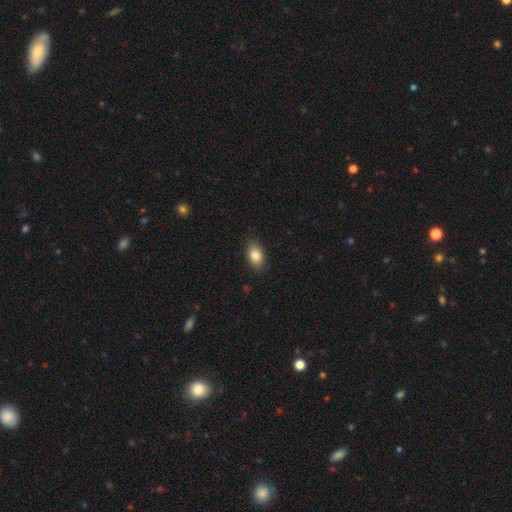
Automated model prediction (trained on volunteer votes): Morphology: type=smooth (85%); roundness=in between (89%); merging=none (88%).